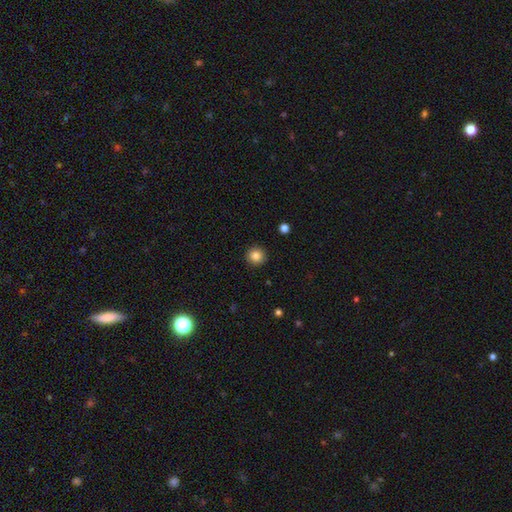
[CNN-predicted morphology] A smooth galaxy with no disk features (85%) that is round (94%).

Vote fractions:
- Smooth or featured? smooth: 85% / star or artifact: 11% / featured or disk: 4%
- How rounded? round: 94% / in between: 5% / cigar-shaped: 1%
- Merging? none: 92% / minor disturbance: 5% / major disturbance: 2% / merger: 1%